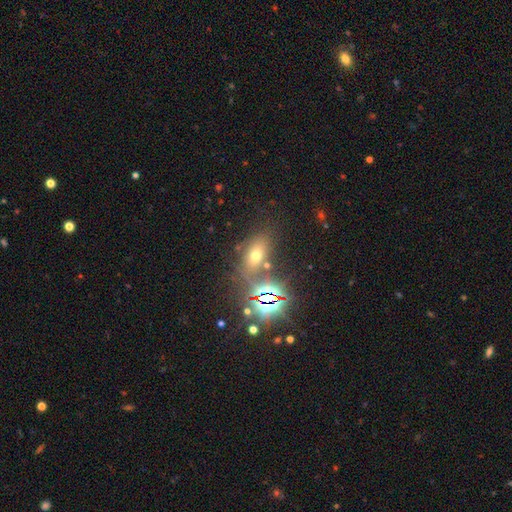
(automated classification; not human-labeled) smooth-or-featured: smooth: 50% | star or artifact: 34% | featured or disk: 15%
  how-rounded: in between: 77% | round: 18% | cigar-shaped: 5%
  merging: none: 67% | merger: 13% | minor disturbance: 13% | major disturbance: 7%